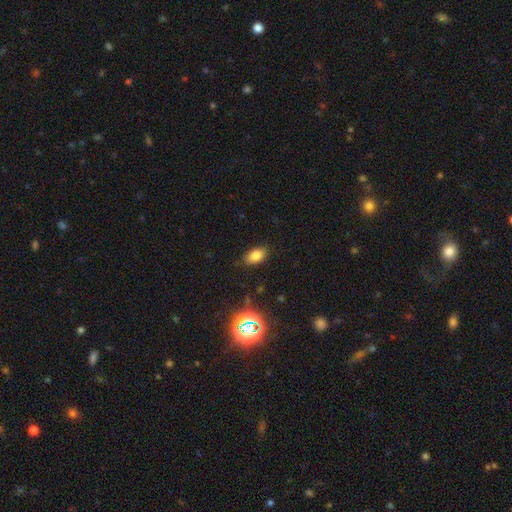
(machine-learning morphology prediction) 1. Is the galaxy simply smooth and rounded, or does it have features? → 78% smooth, 14% star or artifact, 8% featured or disk.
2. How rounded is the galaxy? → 89% in between, 8% round, 3% cigar-shaped.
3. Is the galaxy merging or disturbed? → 85% none, 11% minor disturbance, 3% major disturbance, 1% merger.